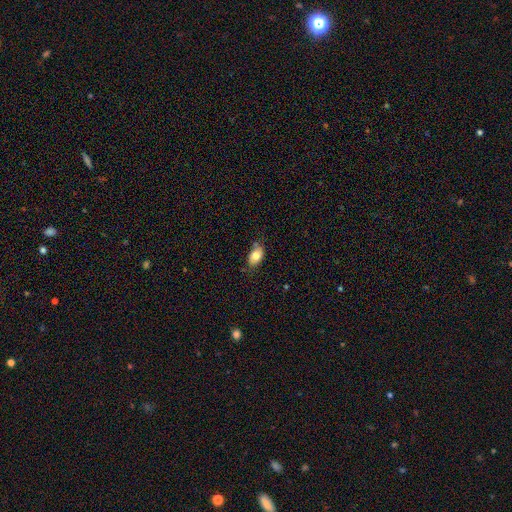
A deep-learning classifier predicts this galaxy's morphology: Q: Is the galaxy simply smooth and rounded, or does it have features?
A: smooth — 79%.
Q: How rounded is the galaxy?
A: in between — 89%.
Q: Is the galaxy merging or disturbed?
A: none — 71%.